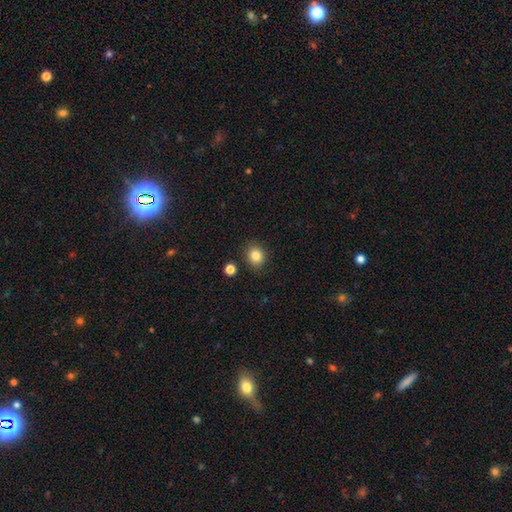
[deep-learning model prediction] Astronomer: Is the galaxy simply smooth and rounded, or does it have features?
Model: smooth — 84%.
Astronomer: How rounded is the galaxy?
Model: round — 77%.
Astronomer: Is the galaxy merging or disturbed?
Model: none — 86%.